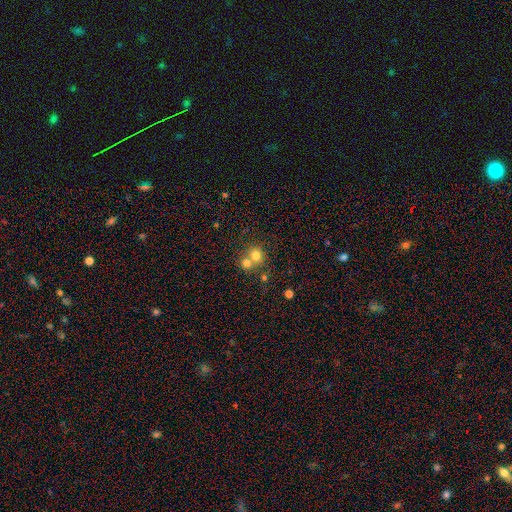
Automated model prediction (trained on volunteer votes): Overall: smooth (74%). How rounded: round (83%). Merging: merger (52%; none 40%).